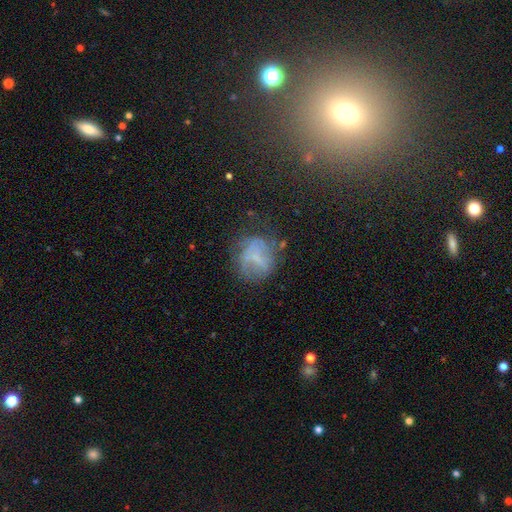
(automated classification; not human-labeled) Q: Smooth or featured?
A: featured or disk (43%); runner-up: smooth (39%)
Q: Merging?
A: none (57%); runner-up: minor disturbance (22%)